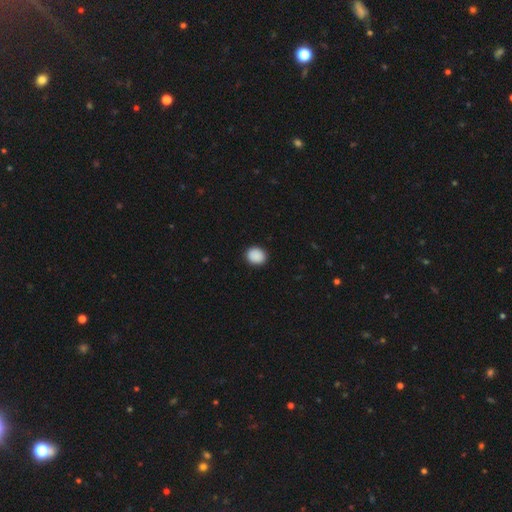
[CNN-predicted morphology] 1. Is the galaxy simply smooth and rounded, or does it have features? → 90% smooth, 8% star or artifact, 2% featured or disk.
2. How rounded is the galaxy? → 72% round, 27% in between, 1% cigar-shaped.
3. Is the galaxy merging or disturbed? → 90% none, 7% minor disturbance, 2% major disturbance, 1% merger.